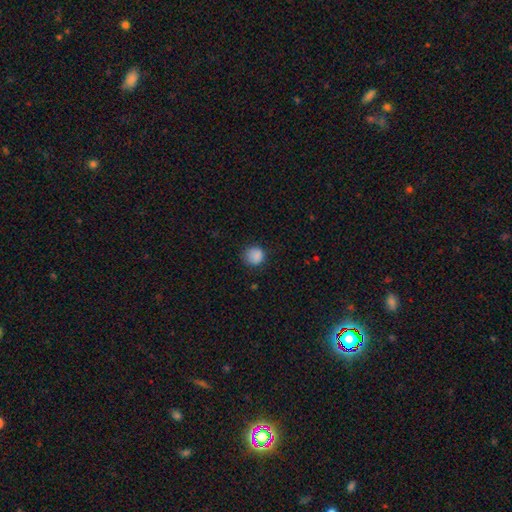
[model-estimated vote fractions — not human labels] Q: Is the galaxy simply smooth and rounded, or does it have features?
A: smooth — 86%.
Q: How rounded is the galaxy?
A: round — 87%.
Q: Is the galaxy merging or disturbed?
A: none — 78%.